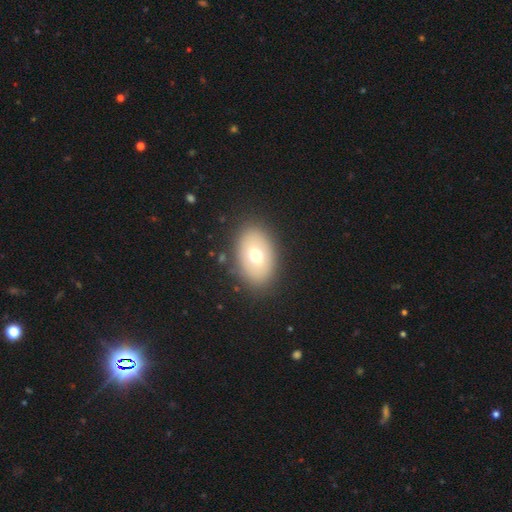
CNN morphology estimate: Smooth or featured? Predicted: smooth (p=0.65). How rounded? Predicted: in between (p=0.80). Merging? Predicted: none (p=0.85).